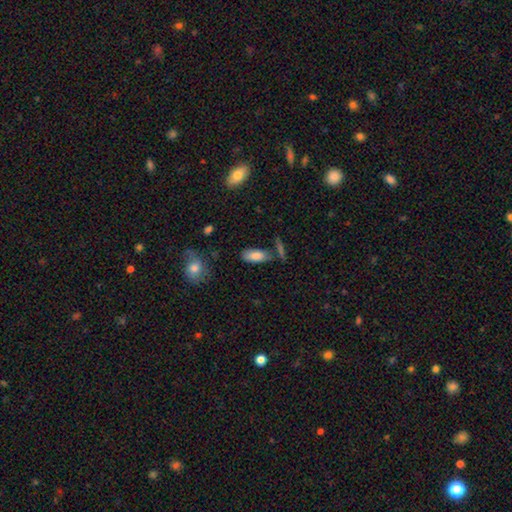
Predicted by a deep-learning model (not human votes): smooth_or_featured: smooth (p=0.82) [alt: featured or disk p=0.11]
how_rounded: in between (p=0.86) [alt: cigar-shaped p=0.11]
merging: none (p=0.67) [alt: minor disturbance p=0.18]